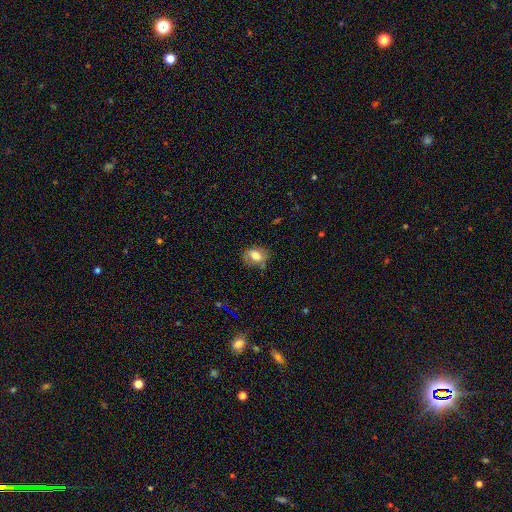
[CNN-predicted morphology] A smooth galaxy with no disk features (65%) that is in between round and cigar-shaped (63%).

Vote fractions:
- Smooth or featured? smooth: 65% / featured or disk: 25% / star or artifact: 10%
- How rounded? in between: 63% / round: 35% / cigar-shaped: 2%
- Merging? none: 65% / minor disturbance: 23% / major disturbance: 8% / merger: 4%